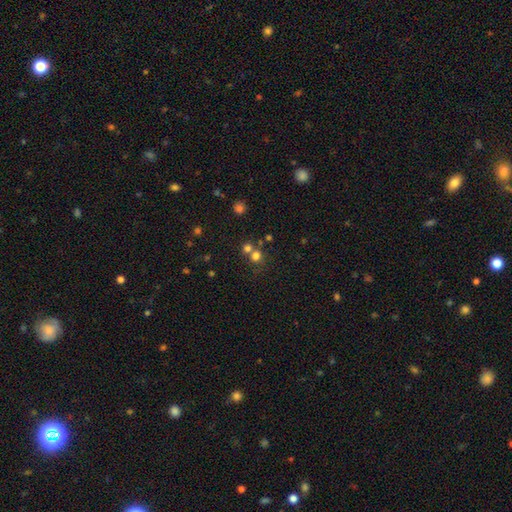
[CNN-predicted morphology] This is likely a smooth galaxy (72%). How rounded: clearly round (84%). Merging: possibly none (50%).